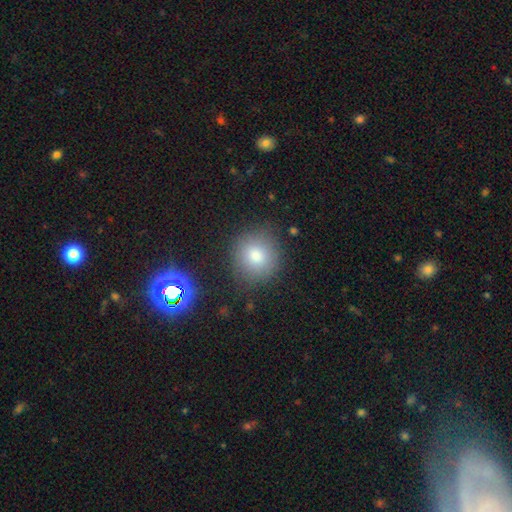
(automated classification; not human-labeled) smooth-or-featured: smooth: 78% | star or artifact: 14% | featured or disk: 8%
  how-rounded: round: 89% | in between: 10% | cigar-shaped: 1%
  merging: none: 85% | minor disturbance: 10% | major disturbance: 3% | merger: 2%